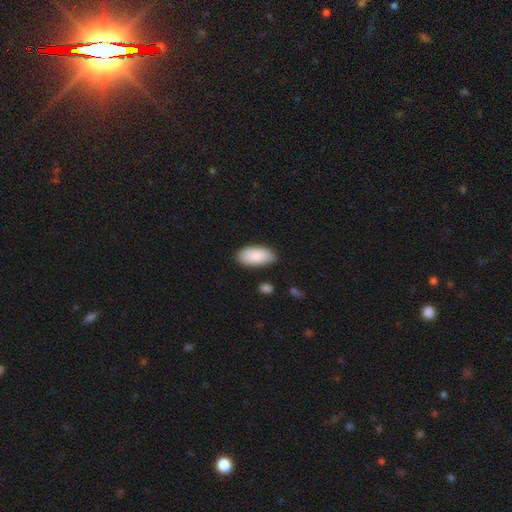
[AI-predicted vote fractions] Smooth or featured? smooth (87%)
How rounded? in between (94%)
Merging? none (82%)